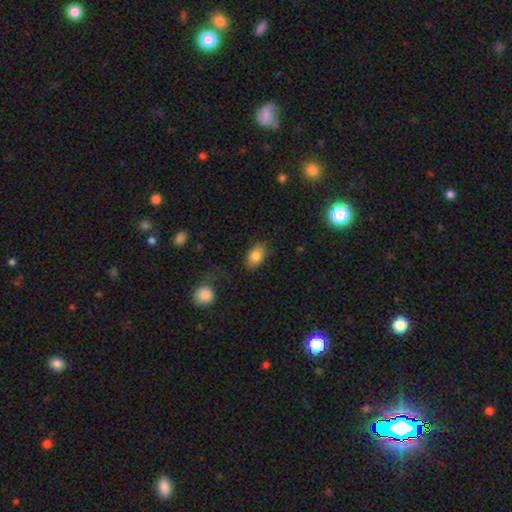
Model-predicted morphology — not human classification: The model was most divided on "merging": none: 78%, minor disturbance: 15%, major disturbance: 5%, merger: 2%. More confident: how rounded — in between (88%); smooth or featured — smooth (82%).